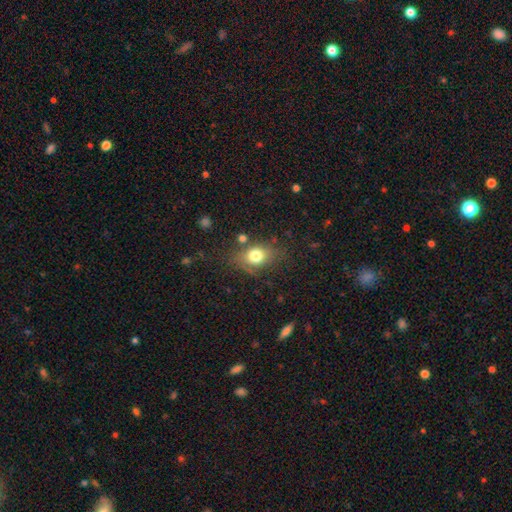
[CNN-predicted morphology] Smooth or featured? Predicted: smooth (p=0.75). How rounded? Predicted: in between (p=0.59). Merging? Predicted: none (p=0.65).